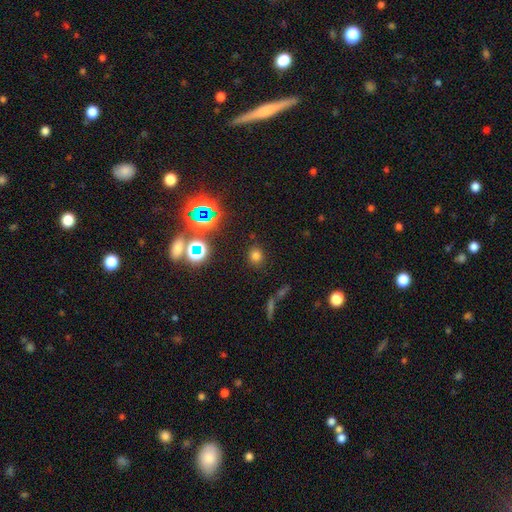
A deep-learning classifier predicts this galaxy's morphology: This is likely a smooth galaxy (68%). How rounded: clearly round (83%). Merging: clearly none (87%).